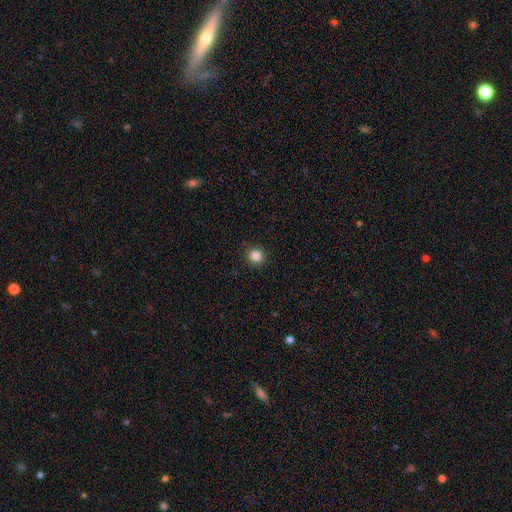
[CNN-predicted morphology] type=smooth (85%); roundness=round (93%); merging=none (92%).